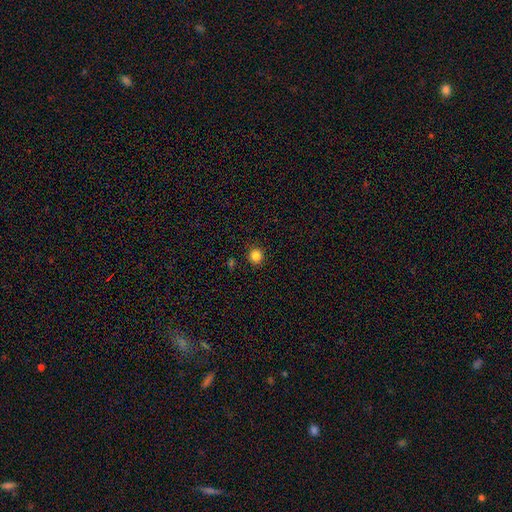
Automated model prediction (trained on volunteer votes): A smooth galaxy with no disk features (84%) that is round (92%). Merging: none (91%).